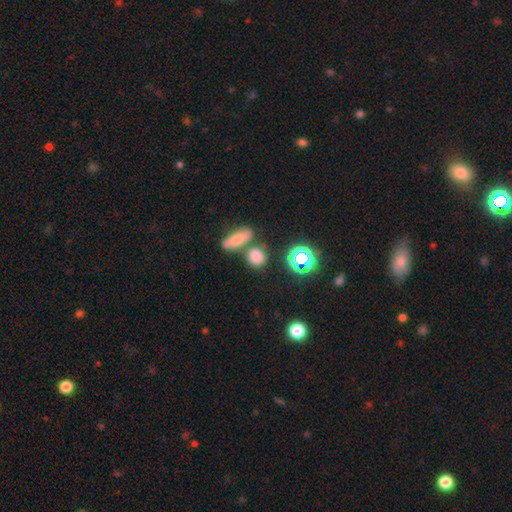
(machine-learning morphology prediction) type=smooth (71%); roundness=round (64%); merging=none (68%).